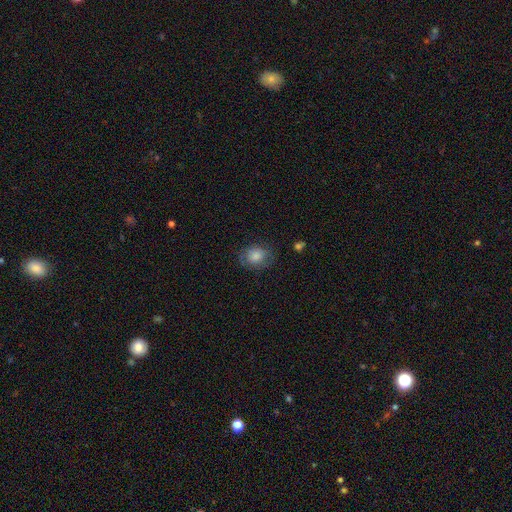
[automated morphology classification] The model was most divided on "how rounded": round: 55%, in between: 44%, cigar-shaped: 1%. More confident: smooth or featured — smooth (73%); merging — none (68%).